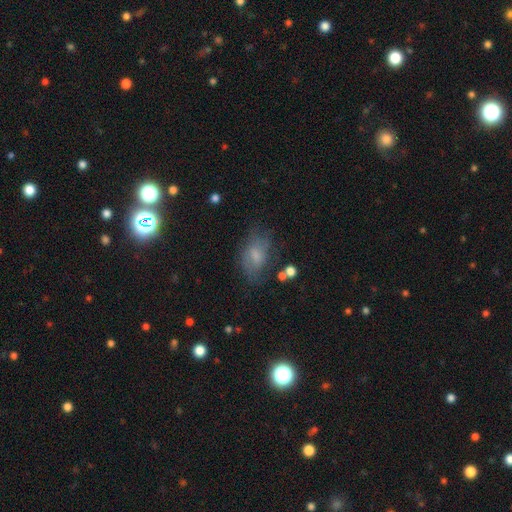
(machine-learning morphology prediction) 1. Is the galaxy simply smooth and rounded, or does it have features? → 50% smooth, 31% featured or disk, 19% star or artifact.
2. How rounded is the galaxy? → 84% in between, 14% round, 3% cigar-shaped.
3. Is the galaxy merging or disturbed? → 63% none, 22% minor disturbance, 12% major disturbance, 3% merger.